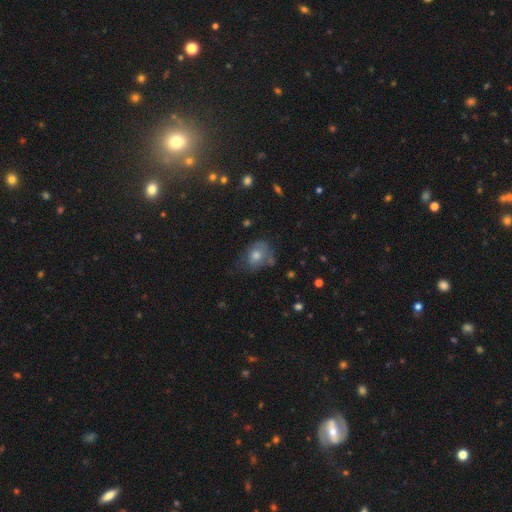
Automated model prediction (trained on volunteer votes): A smooth galaxy with no disk features (56%) that is in between round and cigar-shaped (53%).

Vote fractions:
- Smooth or featured? smooth: 56% / featured or disk: 24% / star or artifact: 20%
- How rounded? in between: 53% / round: 45% / cigar-shaped: 1%
- Merging? none: 52% / minor disturbance: 28% / major disturbance: 15% / merger: 5%